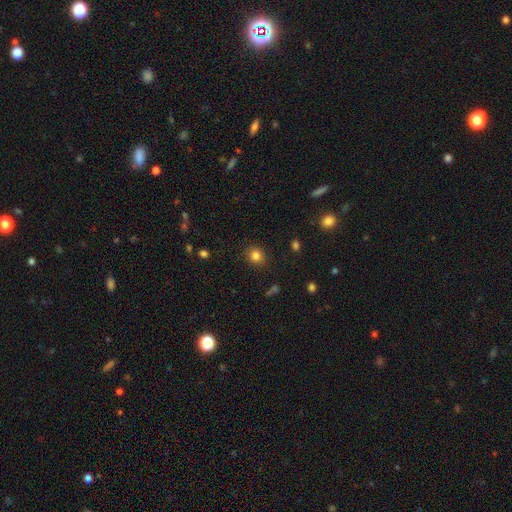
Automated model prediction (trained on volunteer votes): Smooth or featured?
  - smooth: 82% *
  - star or artifact: 12%
  - featured or disk: 6%
How rounded?
  - round: 79% *
  - in between: 20%
  - cigar-shaped: 1%
Merging?
  - none: 89% *
  - minor disturbance: 8%
  - major disturbance: 3%
  - merger: 1%